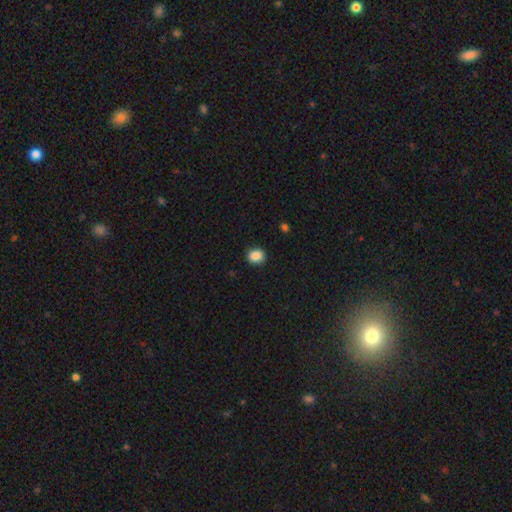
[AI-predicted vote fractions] smooth 88%, star or artifact 9%, featured or disk 3%. Down the decision tree: how rounded — round (68%); merging — none (90%).